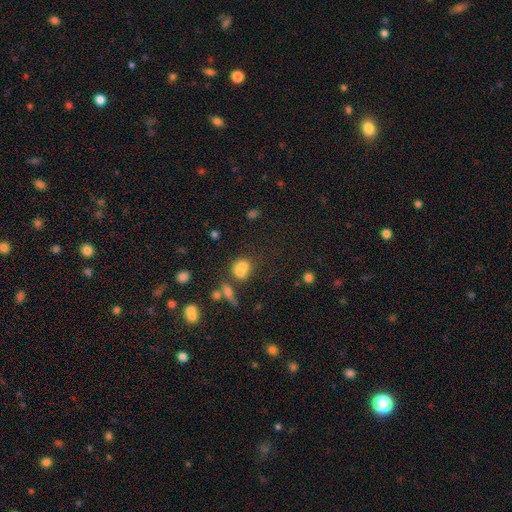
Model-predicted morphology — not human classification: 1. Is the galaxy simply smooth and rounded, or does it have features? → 50% smooth, 43% star or artifact, 7% featured or disk.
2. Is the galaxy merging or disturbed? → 70% none, 12% merger, 11% minor disturbance, 7% major disturbance.